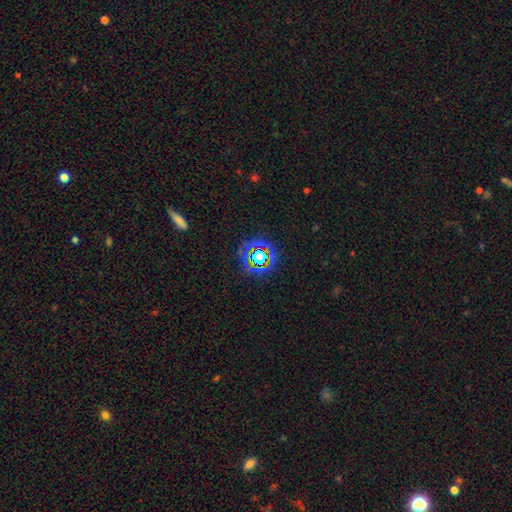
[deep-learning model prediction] A star or artifact, not a galaxy (72%).